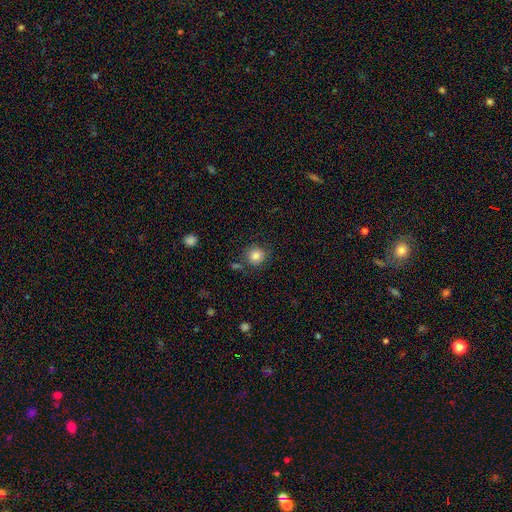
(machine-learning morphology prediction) Overall: smooth (84%). How rounded: round (90%). Merging: none (80%).